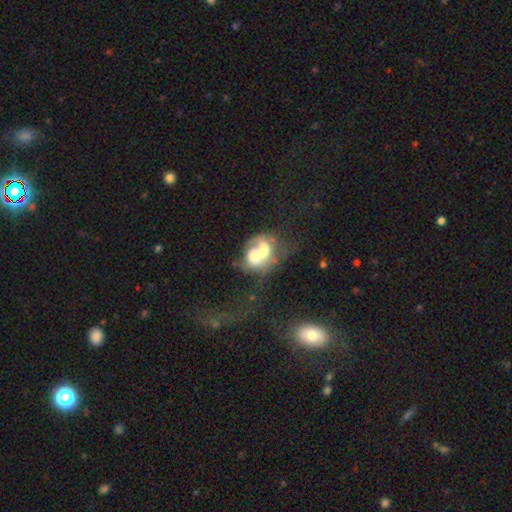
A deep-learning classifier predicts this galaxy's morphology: A smooth galaxy with no disk features (47%).

Vote fractions:
- Smooth or featured? smooth: 47% / featured or disk: 42% / star or artifact: 11%
- Merging? merger: 64% / major disturbance: 16% / none: 13% / minor disturbance: 7%